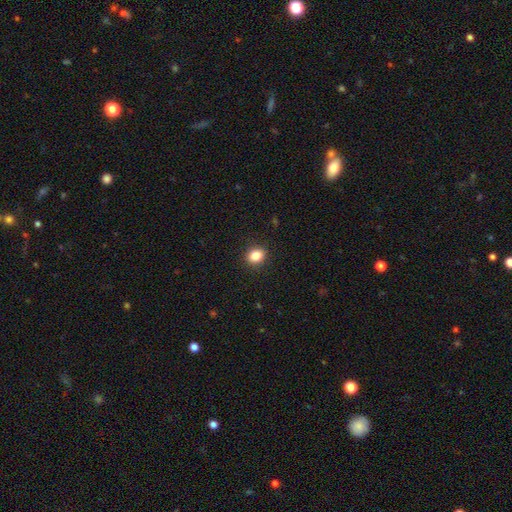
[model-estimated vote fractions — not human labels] Smooth or featured? smooth (85%)
How rounded? in between (51%)
Merging? none (90%)